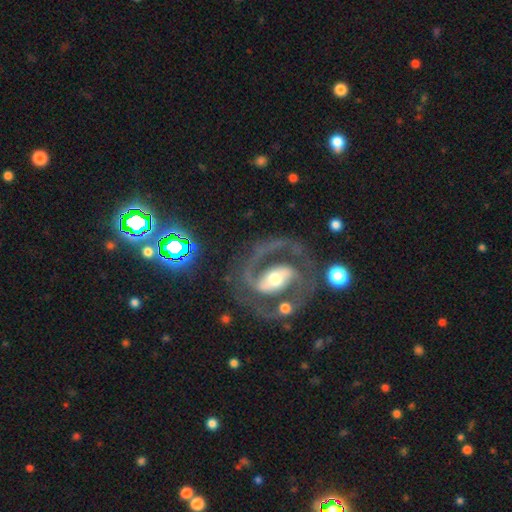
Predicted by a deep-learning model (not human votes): Smooth or featured? Predicted: featured or disk (p=0.86). Edge-on disk? Predicted: no (p=0.96). Bar? Predicted: strong (p=0.43). Spiral arms? Predicted: yes (p=0.89). Spiral winding? Predicted: medium (p=0.51). Spiral arm count? Predicted: 2 (p=0.83). Bulge size? Predicted: moderate (p=0.56). Merging? Predicted: none (p=0.70).